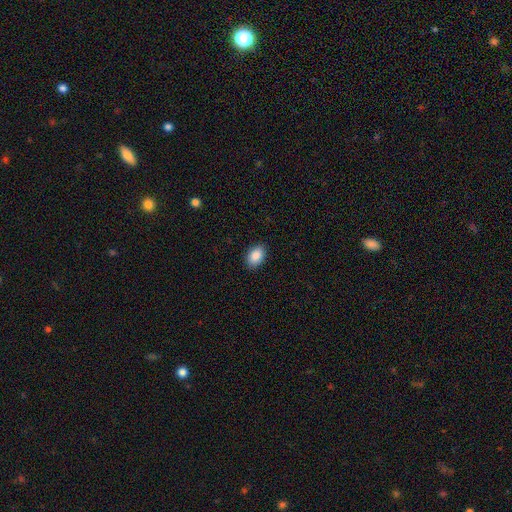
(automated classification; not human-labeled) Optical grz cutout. It shows a smooth galaxy with no disk features (89%) that is in between round and cigar-shaped (86%). Merging: none (89%).